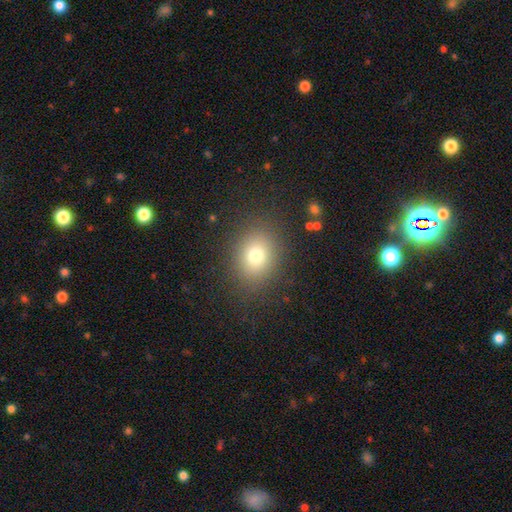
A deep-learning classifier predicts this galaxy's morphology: Smooth or featured?
  - smooth: 74% *
  - star or artifact: 15%
  - featured or disk: 11%
How rounded?
  - round: 55% *
  - in between: 44%
  - cigar-shaped: 1%
Merging?
  - none: 85% *
  - minor disturbance: 9%
  - major disturbance: 4%
  - merger: 1%